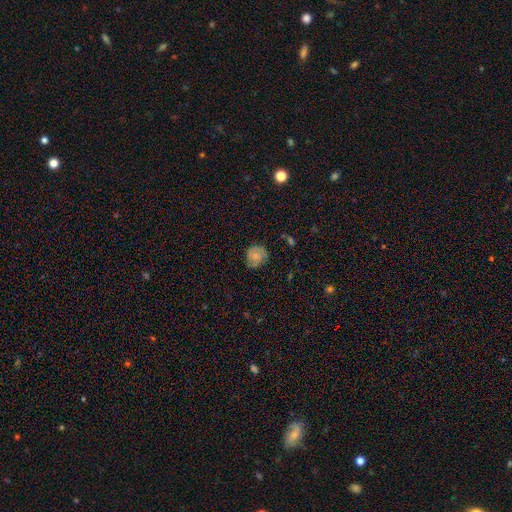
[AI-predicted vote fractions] smooth-or-featured: featured or disk: 54% | smooth: 37% | star or artifact: 8%
  disk-edge-on: no: 98% | yes: 2%
    bar: no: 71% | weak: 25% | strong: 4%
    has-spiral-arms: yes: 89% | no: 11%
    bulge-size: small: 56% | moderate: 30% | none: 11% | large: 2% | dominant: 1%
  merging: none: 74% | minor disturbance: 19% | major disturbance: 5% | merger: 1%